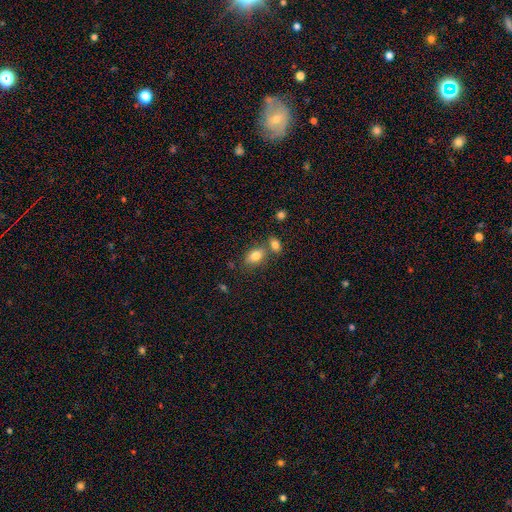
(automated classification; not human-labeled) Smooth or featured: smooth — 81% (featured or disk — 11%)
How rounded: in between — 85% (round — 13%)
Merging: none — 55% (merger — 29%)